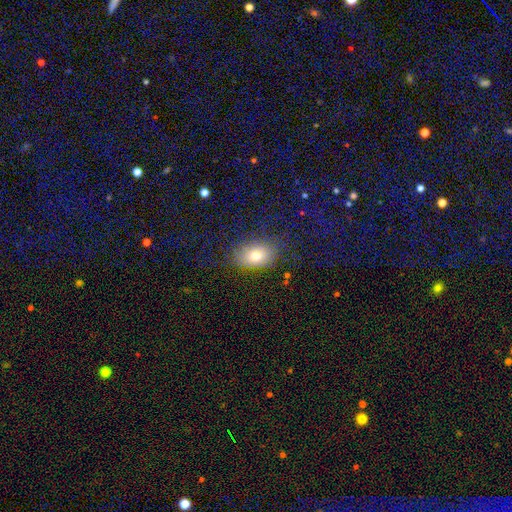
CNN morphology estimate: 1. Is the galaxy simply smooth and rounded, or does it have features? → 73% smooth, 14% featured or disk, 13% star or artifact.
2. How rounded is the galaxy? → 77% in between, 21% round, 1% cigar-shaped.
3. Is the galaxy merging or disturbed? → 77% none, 14% minor disturbance, 7% major disturbance, 1% merger.